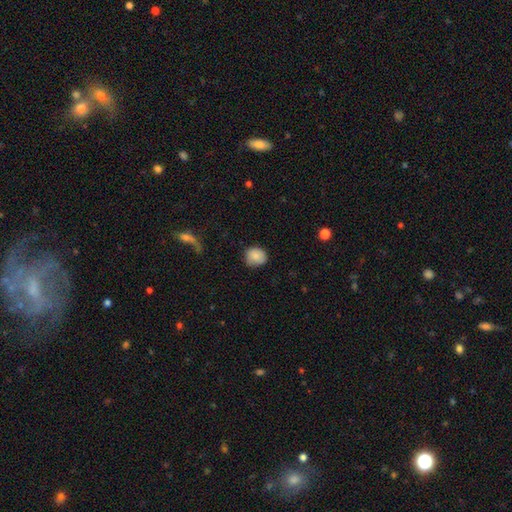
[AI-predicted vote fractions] smooth-or-featured: smooth: 84% | featured or disk: 8% | star or artifact: 8%
  how-rounded: round: 77% | in between: 22% | cigar-shaped: 1%
  merging: none: 74% | minor disturbance: 20% | major disturbance: 4% | merger: 1%